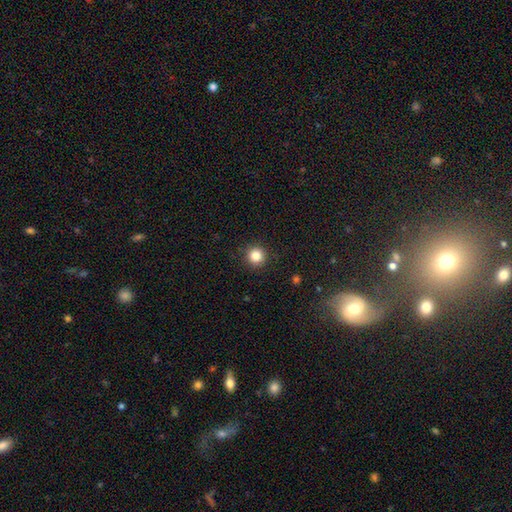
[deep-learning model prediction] smooth 84%, star or artifact 12%, featured or disk 5%. Down the decision tree: how rounded — round (95%); merging — none (92%).